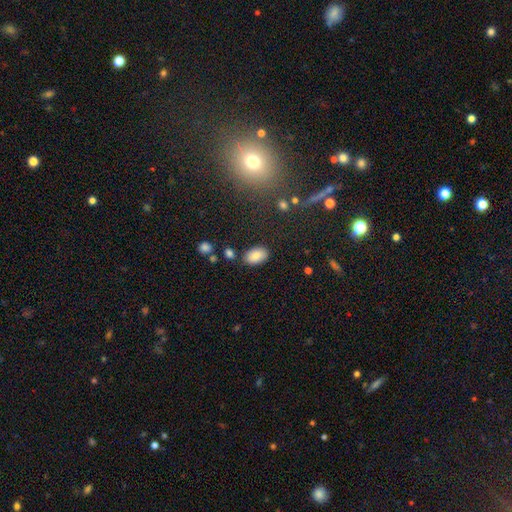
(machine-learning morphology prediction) This appears to be a smooth galaxy with no disk features (86%) that is in between round and cigar-shaped (92%). Merging: none (82%).